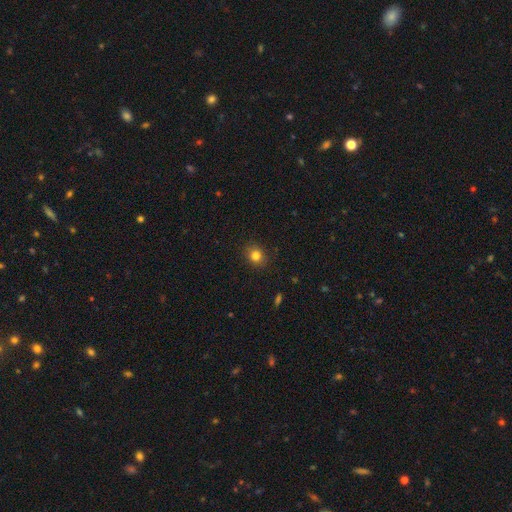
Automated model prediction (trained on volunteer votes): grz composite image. It shows a smooth galaxy with no disk features (82%) that is round (72%). Merging: none (88%).